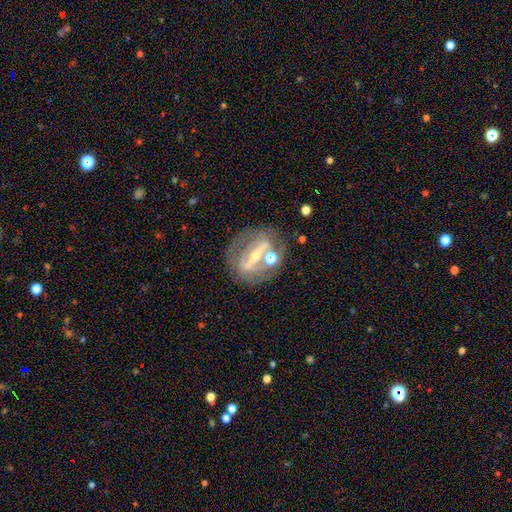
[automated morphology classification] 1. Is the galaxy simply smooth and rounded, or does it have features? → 77% featured or disk, 14% smooth, 10% star or artifact.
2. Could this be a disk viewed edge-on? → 85% no, 15% yes.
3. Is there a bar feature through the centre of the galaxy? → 70% strong, 17% weak, 13% no.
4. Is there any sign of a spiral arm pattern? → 53% no, 47% yes.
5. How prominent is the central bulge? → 51% small, 41% moderate, 3% large, 3% none, 2% dominant.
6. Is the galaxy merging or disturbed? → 62% none, 15% minor disturbance, 12% merger, 11% major disturbance.